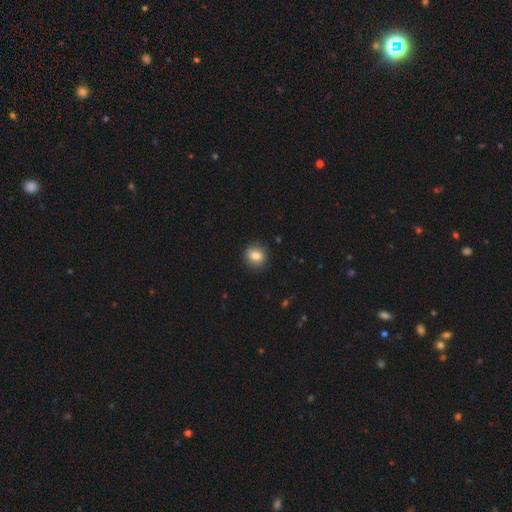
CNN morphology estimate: Q: Smooth or featured?
A: smooth (82%); runner-up: star or artifact (10%)
Q: How rounded?
A: round (78%); runner-up: in between (21%)
Q: Merging?
A: none (89%); runner-up: minor disturbance (8%)